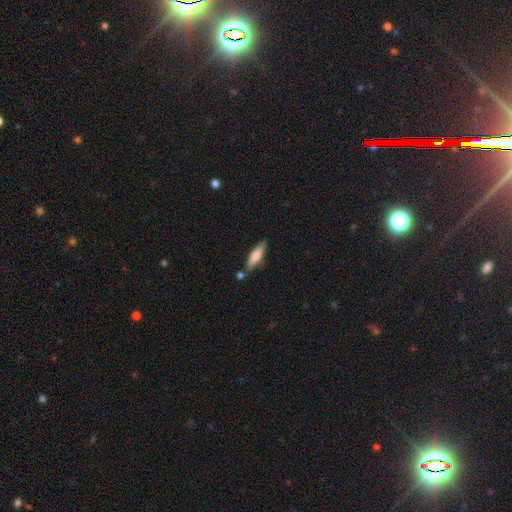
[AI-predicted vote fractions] This appears to be a smooth galaxy with no disk features (71%) that is cigar-shaped (68%). Merging: none (72%).